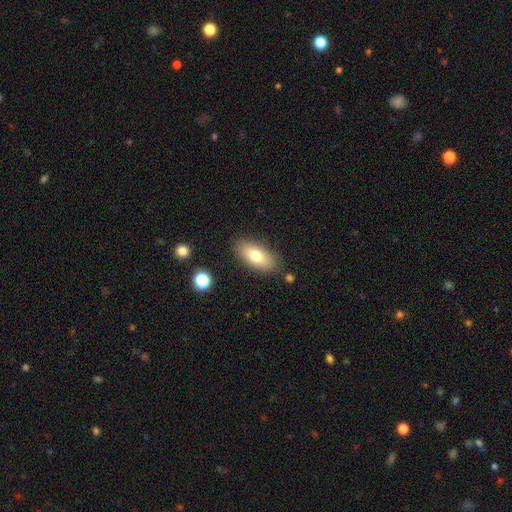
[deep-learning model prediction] Overall: smooth (73%). How rounded: in between (87%). Merging: none (84%).